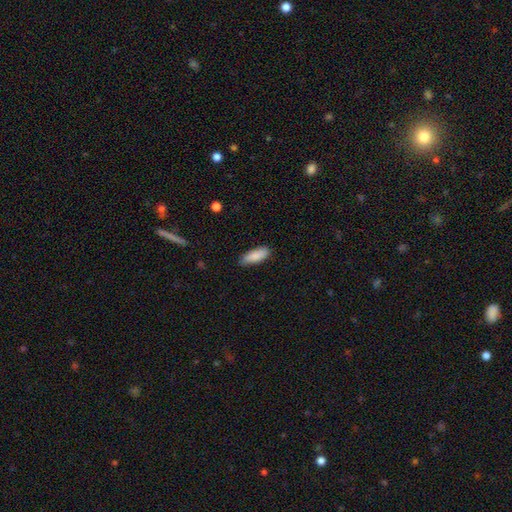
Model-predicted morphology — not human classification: Smooth or featured? Predicted: smooth (p=0.87). How rounded? Predicted: in between (p=0.66). Merging? Predicted: none (p=0.82).